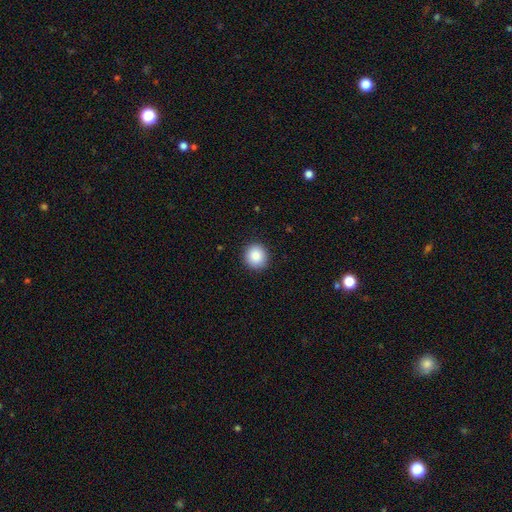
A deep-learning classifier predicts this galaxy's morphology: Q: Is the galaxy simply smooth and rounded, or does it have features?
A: smooth — 87%.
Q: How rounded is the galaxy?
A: round — 91%.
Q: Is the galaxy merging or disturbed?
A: none — 92%.